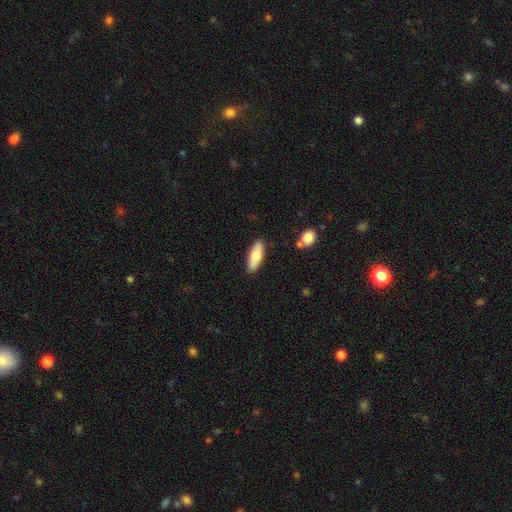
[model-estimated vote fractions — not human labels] A smooth galaxy with no disk features (72%) that is in between round and cigar-shaped (54%).

Vote fractions:
- Smooth or featured? smooth: 72% / featured or disk: 23% / star or artifact: 6%
- How rounded? in between: 54% / cigar-shaped: 44% / round: 2%
- Merging? none: 87% / minor disturbance: 9% / merger: 2% / major disturbance: 2%